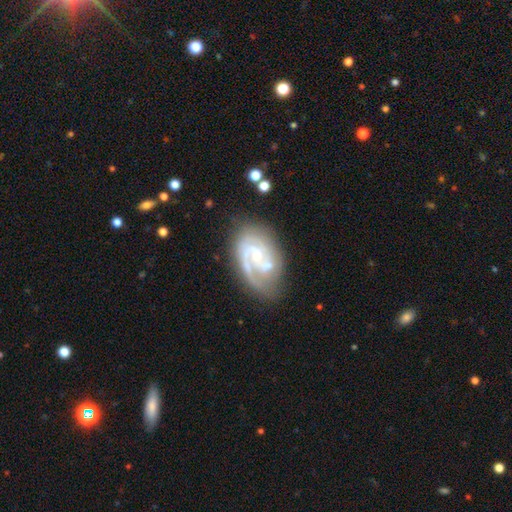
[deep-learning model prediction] Morphology: type=featured or disk (86%); edge-on=no (97%); bar=no (56%); spiral arms=yes (95%); winding=tight (50%); arm count=2 (52%); bulge=small (61%); merging=none (60%).